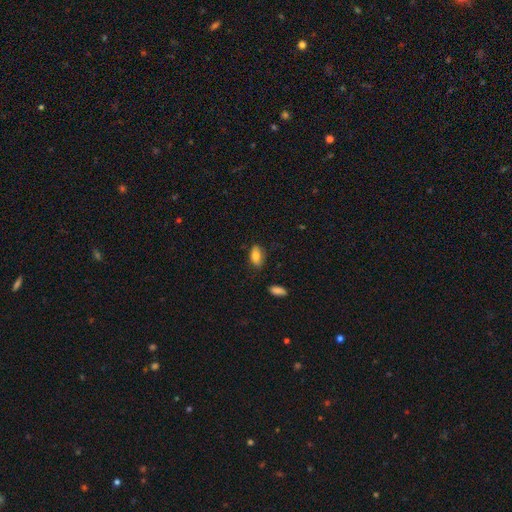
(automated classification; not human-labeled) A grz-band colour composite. It shows a smooth galaxy with no disk features (80%) that is in between round and cigar-shaped (88%). Merging: none (76%).